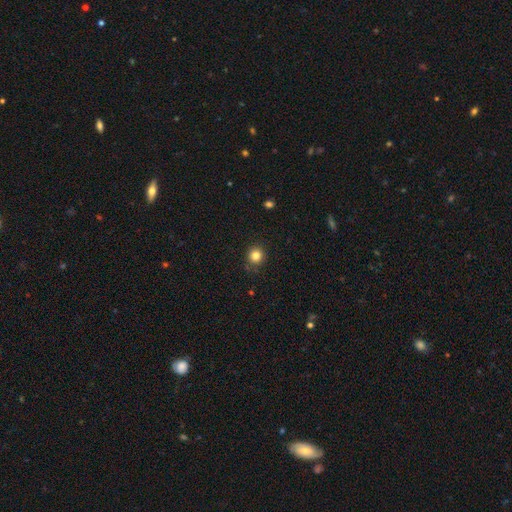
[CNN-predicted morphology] Q: Smooth or featured?
A: smooth (83%); runner-up: star or artifact (12%)
Q: How rounded?
A: round (91%); runner-up: in between (8%)
Q: Merging?
A: none (88%); runner-up: minor disturbance (8%)